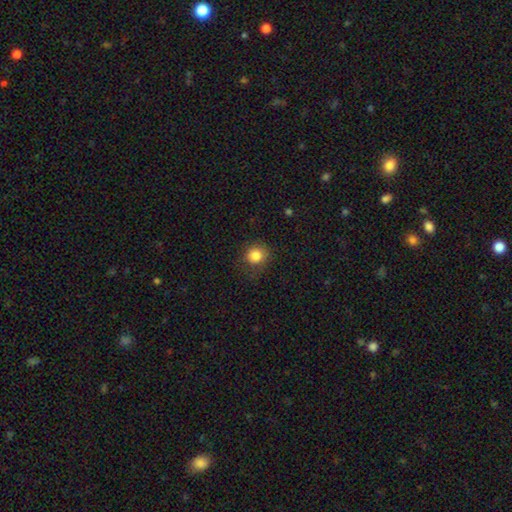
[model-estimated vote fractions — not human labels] smooth 83%, star or artifact 11%, featured or disk 6%. Down the decision tree: how rounded — round (88%); merging — none (76%).